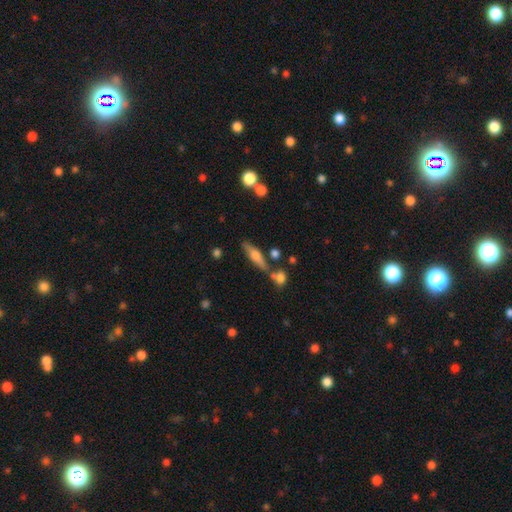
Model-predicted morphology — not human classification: This is possibly a smooth galaxy (47%). Merging: likely none (69%).